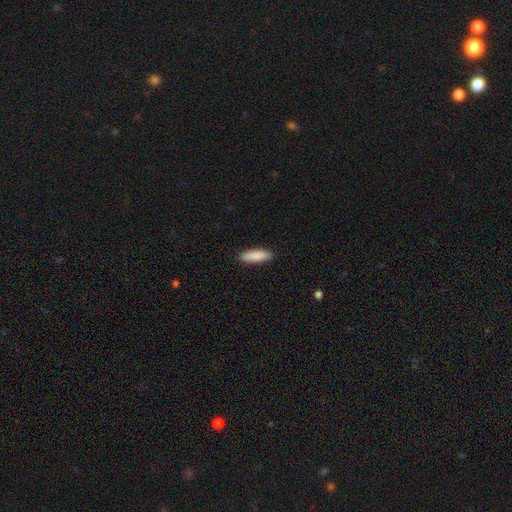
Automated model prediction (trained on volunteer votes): smooth 89%, star or artifact 6%, featured or disk 6%. Down the decision tree: how rounded — cigar-shaped (54%); merging — none (89%).